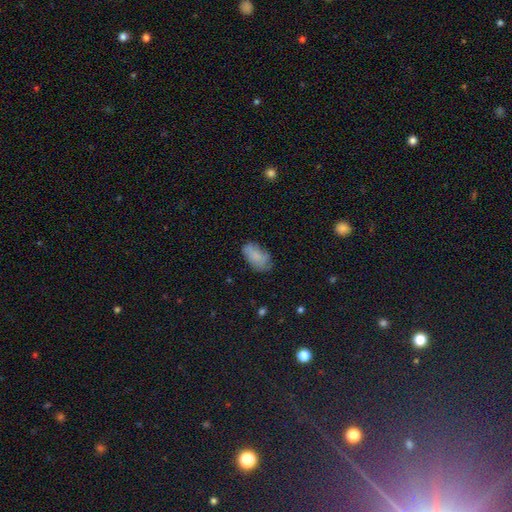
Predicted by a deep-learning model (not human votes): A smooth galaxy with no disk features (77%) that is in between round and cigar-shaped (93%). Merging: none (63%).